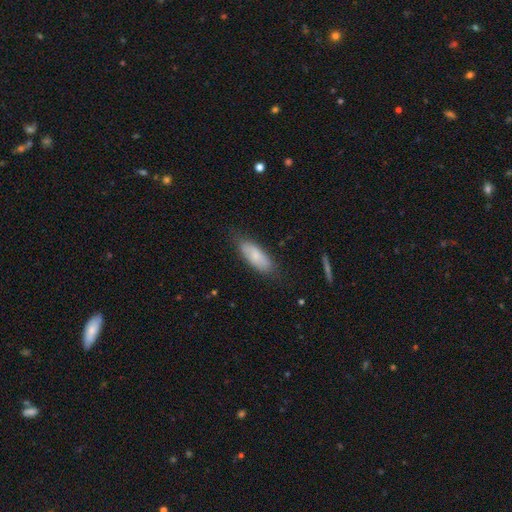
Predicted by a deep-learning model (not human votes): A smooth galaxy with no disk features (70%) that is in between round and cigar-shaped (74%). Merging: none (73%).